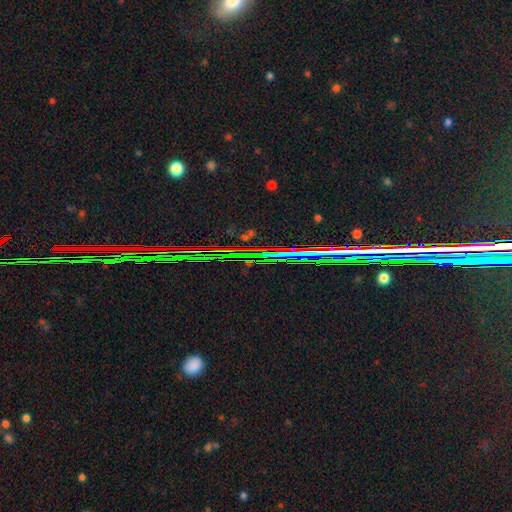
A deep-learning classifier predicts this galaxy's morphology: Q: Smooth or featured?
A: star or artifact (84%); runner-up: featured or disk (8%)